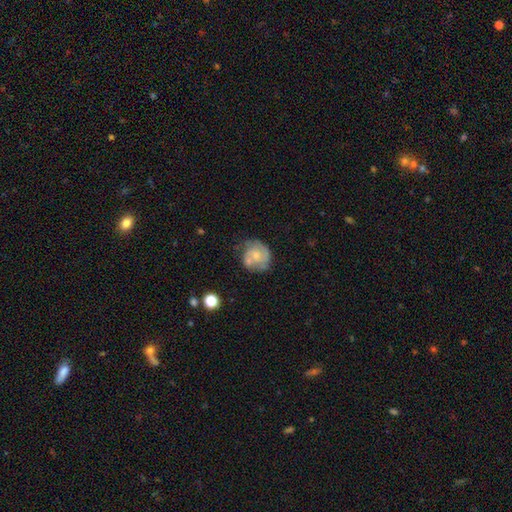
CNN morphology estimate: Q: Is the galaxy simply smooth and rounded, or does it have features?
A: featured or disk — 63%.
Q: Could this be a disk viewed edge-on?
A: no — 98%.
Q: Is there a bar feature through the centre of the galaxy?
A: no — 71%.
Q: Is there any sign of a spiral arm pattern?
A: yes — 81%.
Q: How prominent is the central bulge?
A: small — 48%.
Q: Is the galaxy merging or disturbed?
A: none — 55%.